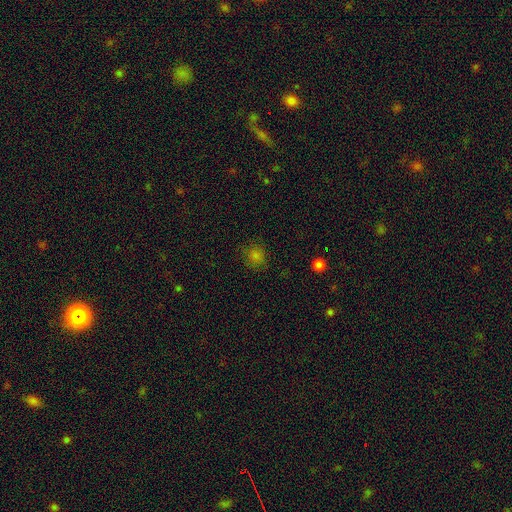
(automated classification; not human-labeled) smooth 75%, star or artifact 20%, featured or disk 5%. Down the decision tree: how rounded — round (85%); merging — none (85%).